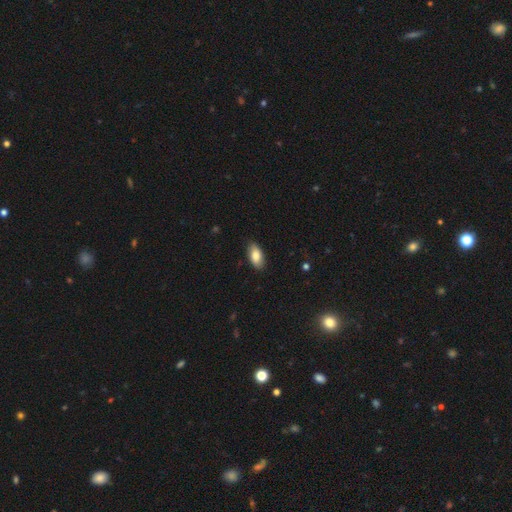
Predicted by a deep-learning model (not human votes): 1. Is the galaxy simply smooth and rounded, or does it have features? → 82% smooth, 12% featured or disk, 6% star or artifact.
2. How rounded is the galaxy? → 93% in between, 5% cigar-shaped, 3% round.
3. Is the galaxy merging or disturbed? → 86% none, 11% minor disturbance, 2% major disturbance, 1% merger.